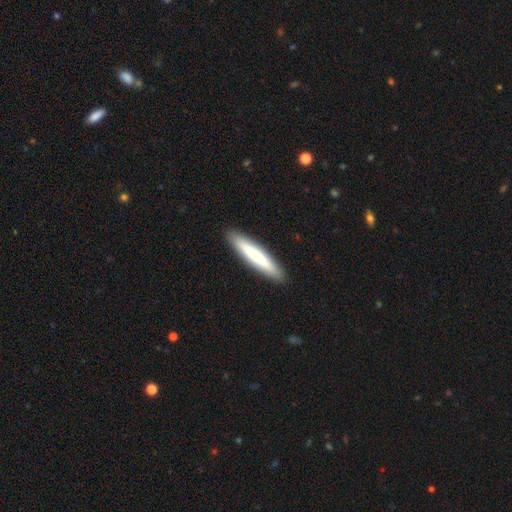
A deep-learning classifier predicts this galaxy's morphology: A smooth galaxy with no disk features (72%) that is cigar-shaped (91%).

Vote fractions:
- Smooth or featured? smooth: 72% / featured or disk: 22% / star or artifact: 5%
- How rounded? cigar-shaped: 91% / in between: 7% / round: 1%
- Merging? none: 91% / minor disturbance: 6% / major disturbance: 1% / merger: 1%